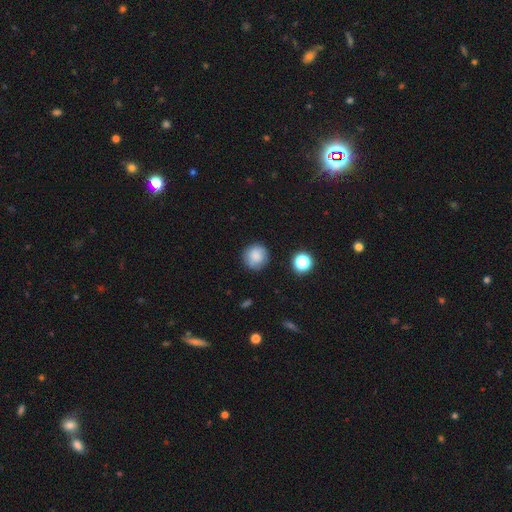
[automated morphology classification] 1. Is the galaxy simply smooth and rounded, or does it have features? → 83% smooth, 10% star or artifact, 7% featured or disk.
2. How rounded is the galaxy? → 94% round, 5% in between, 1% cigar-shaped.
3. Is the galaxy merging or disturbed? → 85% none, 10% minor disturbance, 3% major disturbance, 2% merger.